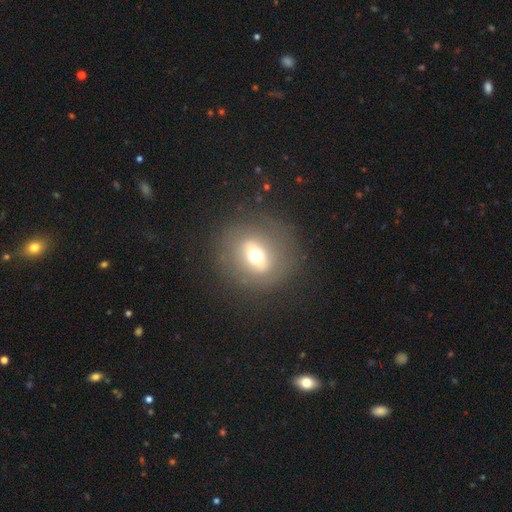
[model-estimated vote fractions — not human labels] Smooth or featured: smooth — 49% (featured or disk — 37%)
Merging: none — 82% (minor disturbance — 10%)